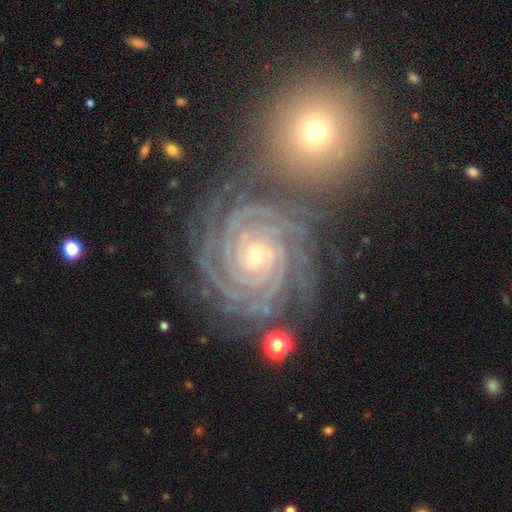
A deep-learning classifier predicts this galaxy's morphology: A featured or disk galaxy (91%) with no bar (64%), 4 (35%) tight (87%) spiral arms (99%) and a small central bulge (68%). Merging: none (70%).